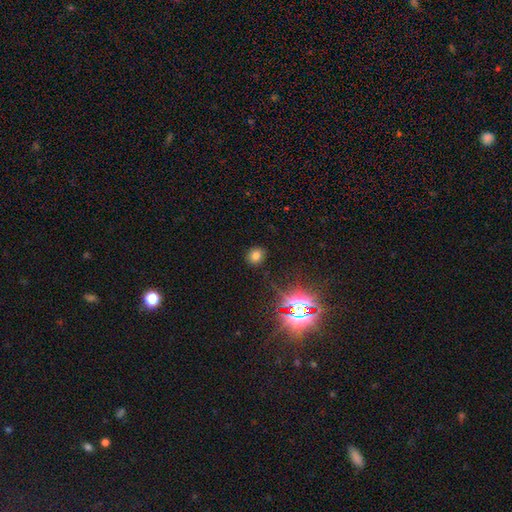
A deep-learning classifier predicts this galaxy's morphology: Smooth or featured: smooth — 70% (star or artifact — 23%)
How rounded: round — 67% (in between — 32%)
Merging: none — 87% (minor disturbance — 9%)